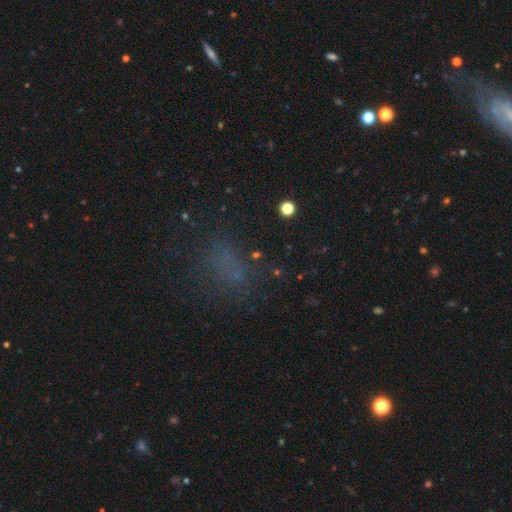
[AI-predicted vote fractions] This is marginally a smooth galaxy (44%). Merging: possibly none (59%).